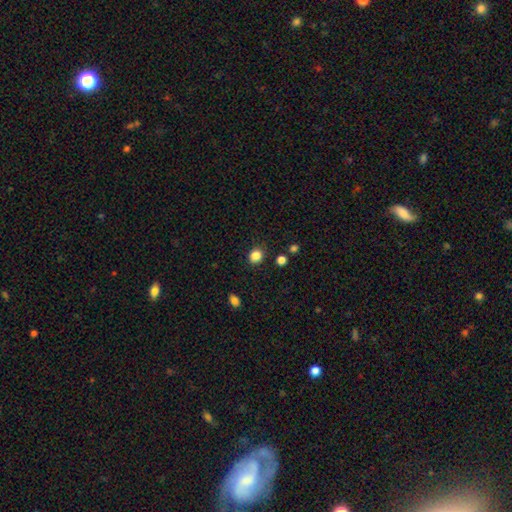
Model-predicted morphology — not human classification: smooth 84%, star or artifact 12%, featured or disk 4%. Down the decision tree: how rounded — round (69%); merging — none (84%).